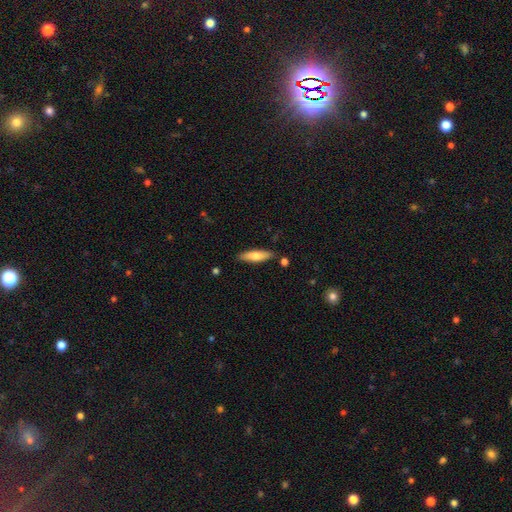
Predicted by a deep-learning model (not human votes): Smooth or featured? Predicted: smooth (p=0.70). How rounded? Predicted: cigar-shaped (p=0.64). Merging? Predicted: none (p=0.85).